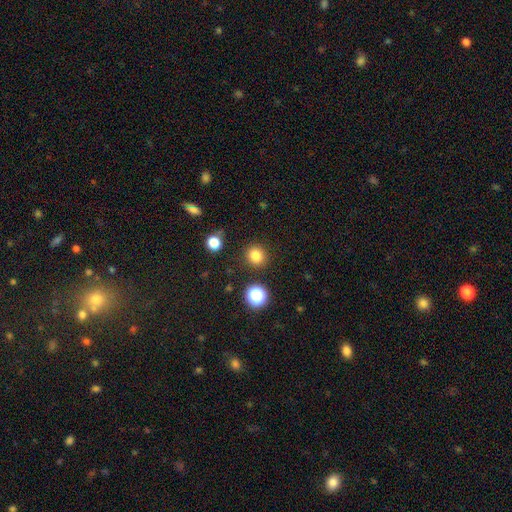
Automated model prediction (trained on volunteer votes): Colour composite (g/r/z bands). It shows a smooth galaxy with no disk features (81%) that is round (88%). Merging: none (88%).